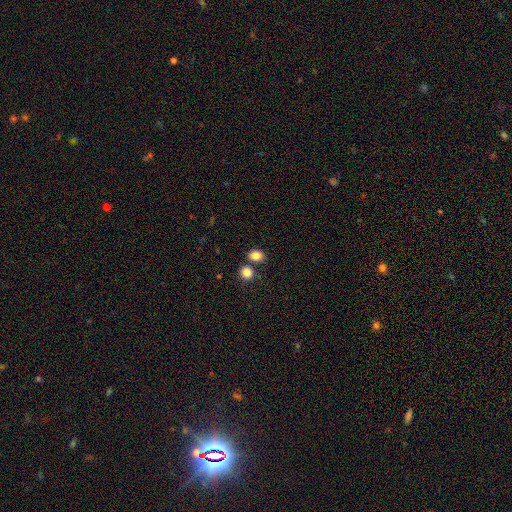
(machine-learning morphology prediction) This appears to be a smooth galaxy with no disk features (84%) that is in between round and cigar-shaped (55%). Merging: none (68%).